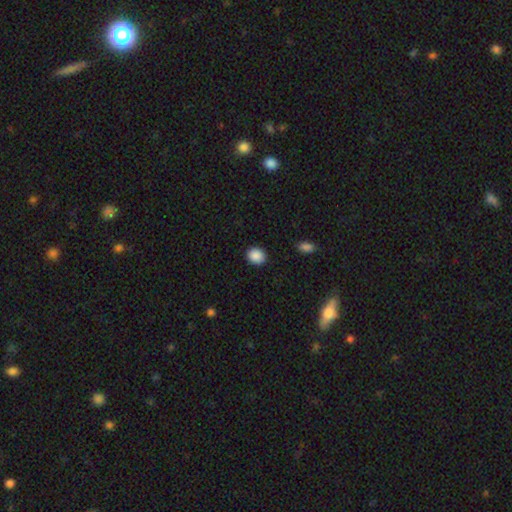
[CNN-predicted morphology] Smooth or featured? Predicted: smooth (p=0.89). How rounded? Predicted: round (p=0.71). Merging? Predicted: none (p=0.90).